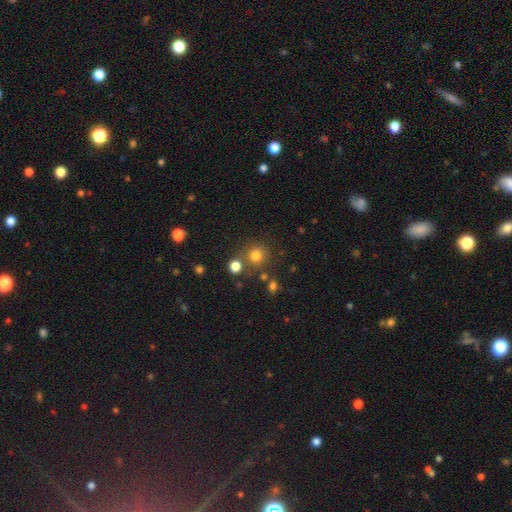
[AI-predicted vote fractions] Q: Smooth or featured?
A: smooth (77%); runner-up: star or artifact (16%)
Q: How rounded?
A: round (86%); runner-up: in between (13%)
Q: Merging?
A: none (72%); runner-up: merger (13%)